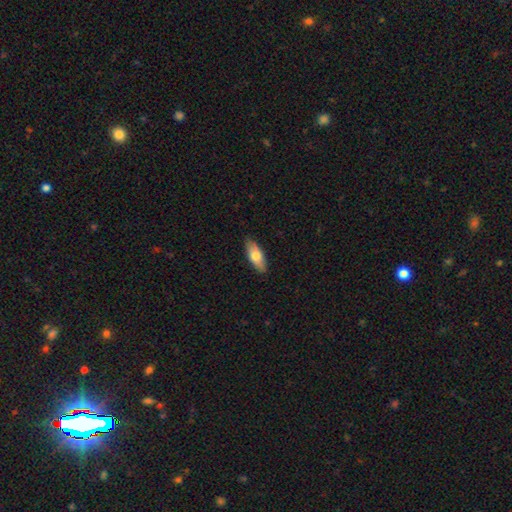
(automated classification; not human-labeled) Morphology: type=smooth (73%); roundness=in between (75%); merging=none (88%).